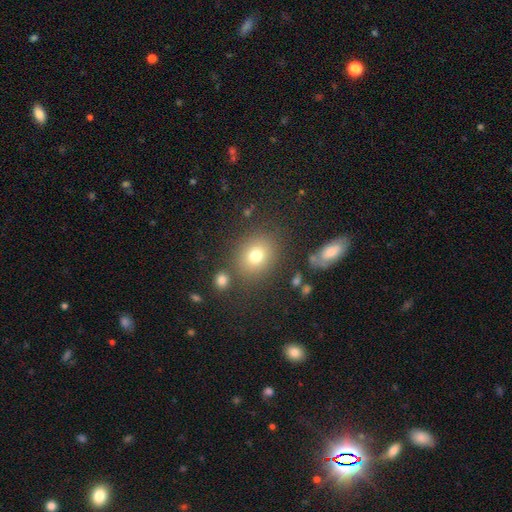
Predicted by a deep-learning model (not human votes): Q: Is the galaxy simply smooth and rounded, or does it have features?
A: smooth — 75%.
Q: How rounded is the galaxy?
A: round — 67%.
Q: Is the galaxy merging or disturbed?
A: none — 80%.